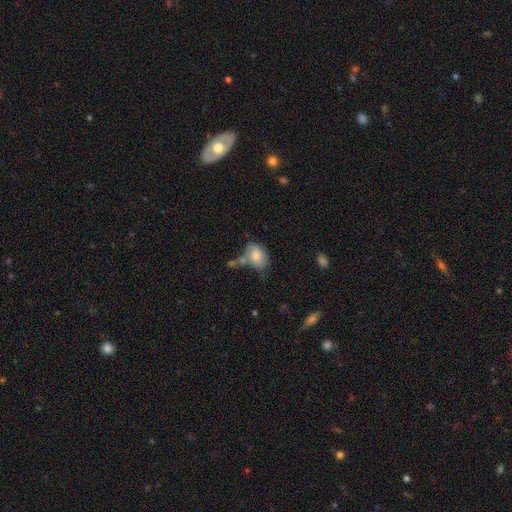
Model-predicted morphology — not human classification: Smooth or featured? Predicted: smooth (p=0.77). How rounded? Predicted: in between (p=0.80). Merging? Predicted: none (p=0.42).